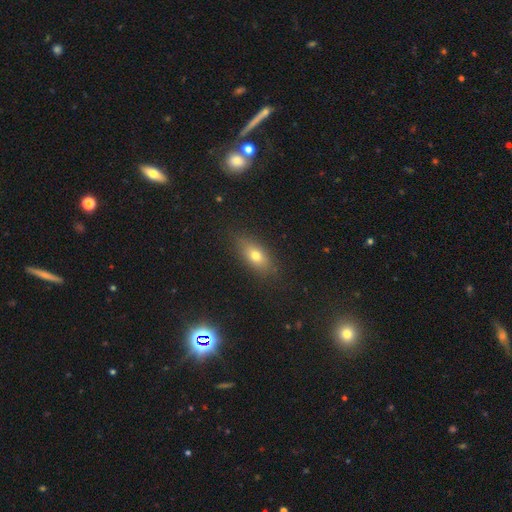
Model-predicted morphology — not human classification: Q: Smooth or featured?
A: smooth (71%); runner-up: featured or disk (18%)
Q: How rounded?
A: in between (78%); runner-up: cigar-shaped (14%)
Q: Merging?
A: none (84%); runner-up: minor disturbance (11%)